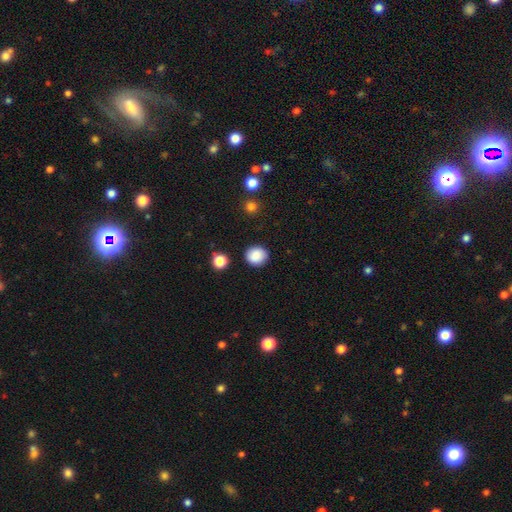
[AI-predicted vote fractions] A smooth galaxy with no disk features (88%) that is round (84%).

Vote fractions:
- Smooth or featured? smooth: 88% / star or artifact: 9% / featured or disk: 3%
- How rounded? round: 84% / in between: 15% / cigar-shaped: 1%
- Merging? none: 88% / minor disturbance: 8% / major disturbance: 2% / merger: 2%